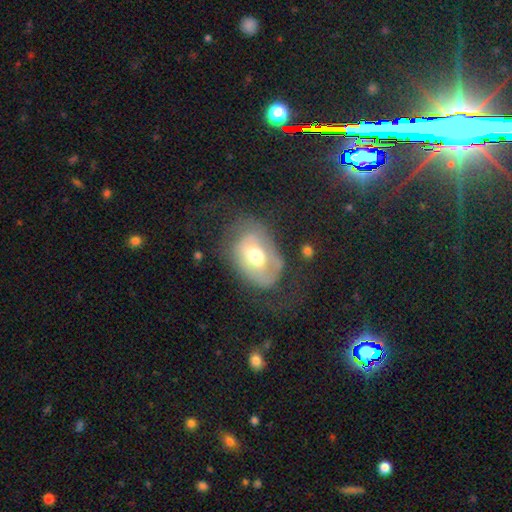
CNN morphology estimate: Smooth or featured? featured or disk (52%)
Edge-on disk? no (93%)
Merging? none (44%)